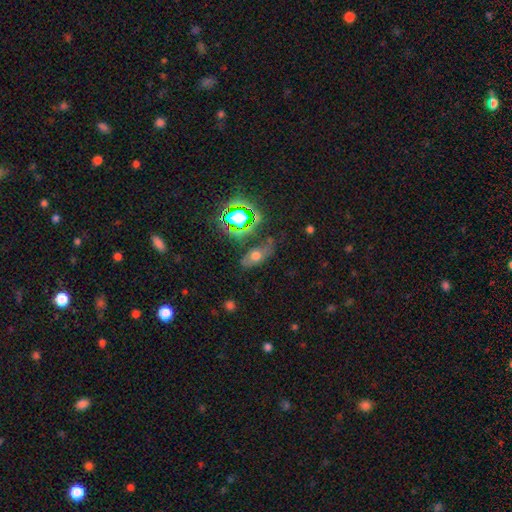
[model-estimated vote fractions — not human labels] Smooth or featured? smooth (50%)
Merging? none (63%)